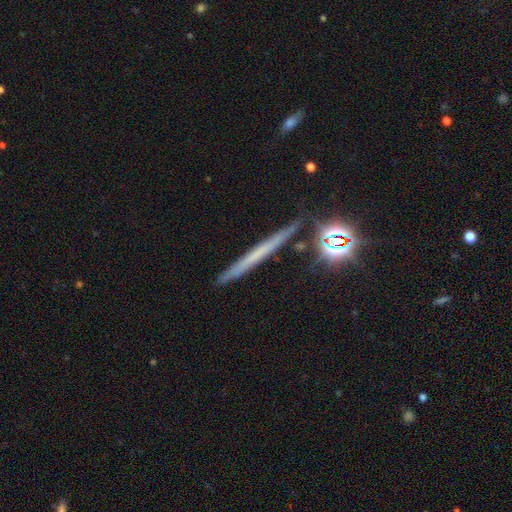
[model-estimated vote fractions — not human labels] The model was most divided on "smooth or featured": featured or disk: 46%, smooth: 39%, star or artifact: 15%. More confident: merging — none (87%).